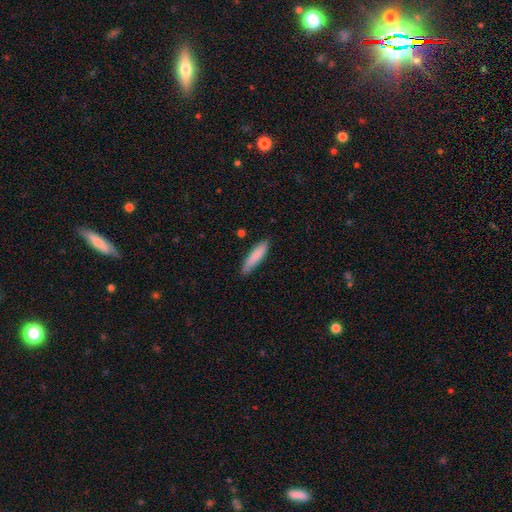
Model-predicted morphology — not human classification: smooth_or_featured: smooth (p=0.83) [alt: featured or disk p=0.11]
how_rounded: cigar-shaped (p=0.80) [alt: in between p=0.19]
merging: none (p=0.83) [alt: minor disturbance p=0.14]